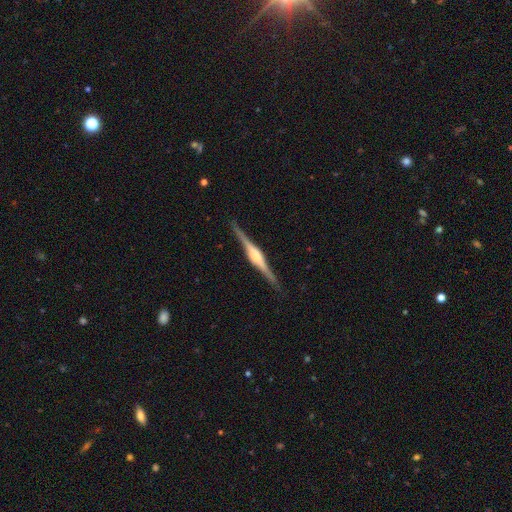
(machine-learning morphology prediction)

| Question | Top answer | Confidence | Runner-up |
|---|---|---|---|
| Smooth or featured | featured or disk | 86% | smooth (9%) |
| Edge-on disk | yes | 98% | no (2%) |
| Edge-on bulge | rounded | 74% | boxy (22%) |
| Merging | none | 90% | minor disturbance (7%) |